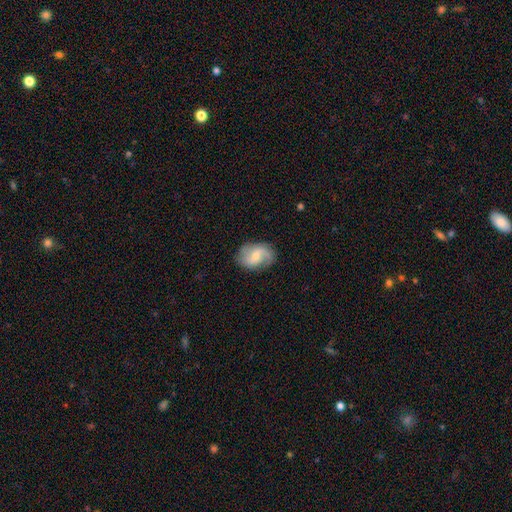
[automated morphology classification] Q: Smooth or featured?
A: featured or disk (69%); runner-up: smooth (24%)
Q: Edge-on disk?
A: no (97%); runner-up: yes (3%)
Q: Bar?
A: weak (48%); runner-up: no (41%)
Q: Spiral arms?
A: yes (93%); runner-up: no (7%)
Q: Spiral winding?
A: loose (44%); runner-up: medium (41%)
Q: Spiral arm count?
A: 2 (81%); runner-up: can't tell (7%)
Q: Bulge size?
A: small (47%); runner-up: moderate (46%)
Q: Merging?
A: none (77%); runner-up: minor disturbance (16%)